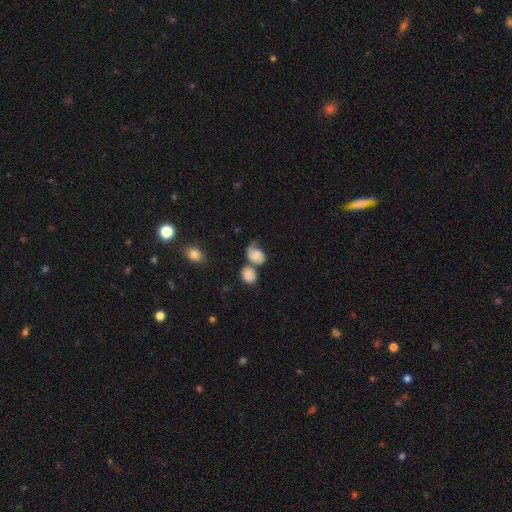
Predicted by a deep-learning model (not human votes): A smooth galaxy with no disk features (65%) that is in between round and cigar-shaped (60%).

Vote fractions:
- Smooth or featured? smooth: 65% / featured or disk: 26% / star or artifact: 10%
- How rounded? in between: 60% / round: 39% / cigar-shaped: 1%
- Merging? merger: 37% / none: 27% / minor disturbance: 19% / major disturbance: 17%